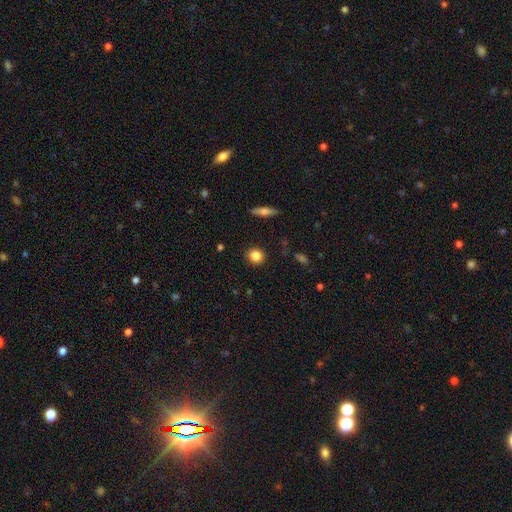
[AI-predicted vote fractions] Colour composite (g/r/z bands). It shows a smooth galaxy with no disk features (84%) that is round (81%). Merging: none (89%).